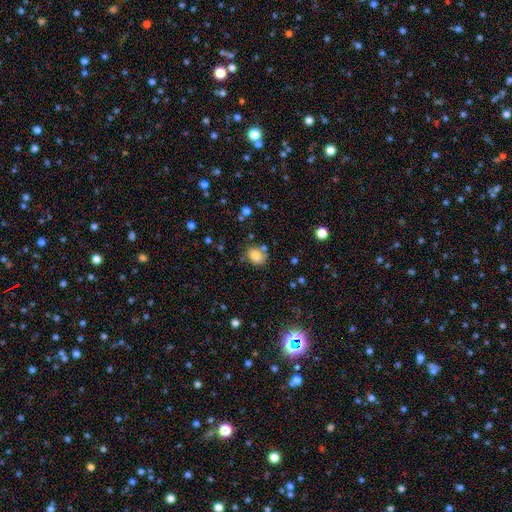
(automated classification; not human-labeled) A smooth galaxy with no disk features (80%) that is round (51%).

Vote fractions:
- Smooth or featured? smooth: 80% / star or artifact: 11% / featured or disk: 9%
- How rounded? round: 51% / in between: 48% / cigar-shaped: 1%
- Merging? none: 68% / minor disturbance: 17% / merger: 10% / major disturbance: 5%